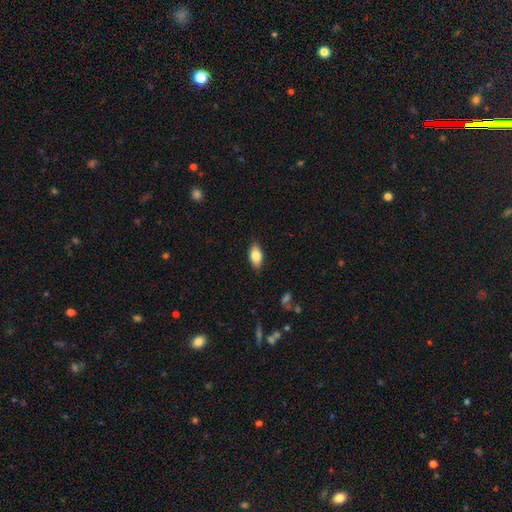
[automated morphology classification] smooth 82%, featured or disk 11%, star or artifact 7%. Down the decision tree: how rounded — in between (90%); merging — none (86%).